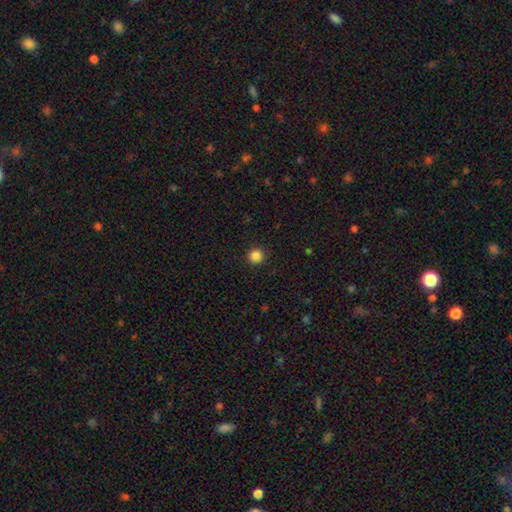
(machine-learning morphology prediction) smooth-or-featured: smooth: 86% | star or artifact: 11% | featured or disk: 3%
  how-rounded: round: 96% | in between: 3% | cigar-shaped: 1%
  merging: none: 93% | minor disturbance: 5% | major disturbance: 2% | merger: 1%